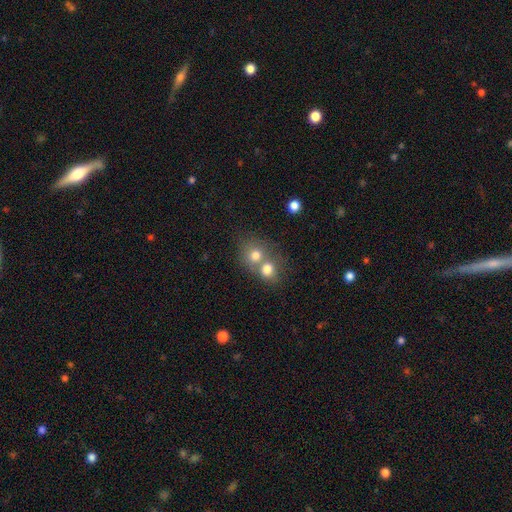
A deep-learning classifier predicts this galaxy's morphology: A smooth galaxy with no disk features (75%) that is round (78%). Merging: merger (56%).